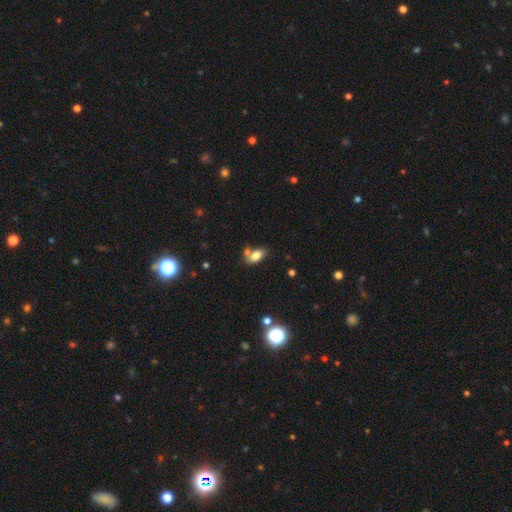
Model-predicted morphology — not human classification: A smooth galaxy with no disk features (78%) that is in between round and cigar-shaped (89%).

Vote fractions:
- Smooth or featured? smooth: 78% / featured or disk: 12% / star or artifact: 9%
- How rounded? in between: 89% / round: 6% / cigar-shaped: 5%
- Merging? none: 51% / merger: 30% / minor disturbance: 15% / major disturbance: 5%